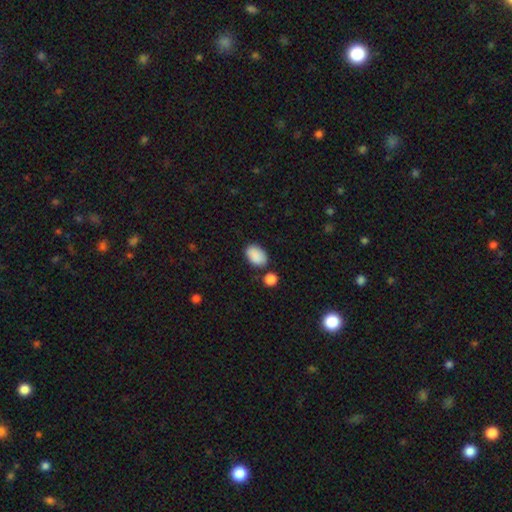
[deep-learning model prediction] Smooth or featured? Predicted: smooth (p=0.89). How rounded? Predicted: in between (p=0.89). Merging? Predicted: none (p=0.75).